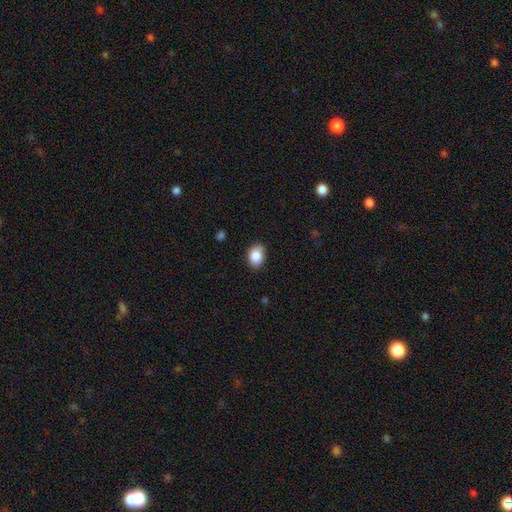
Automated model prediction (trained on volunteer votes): Smooth or featured? Predicted: smooth (p=0.87). How rounded? Predicted: in between (p=0.67). Merging? Predicted: none (p=0.81).